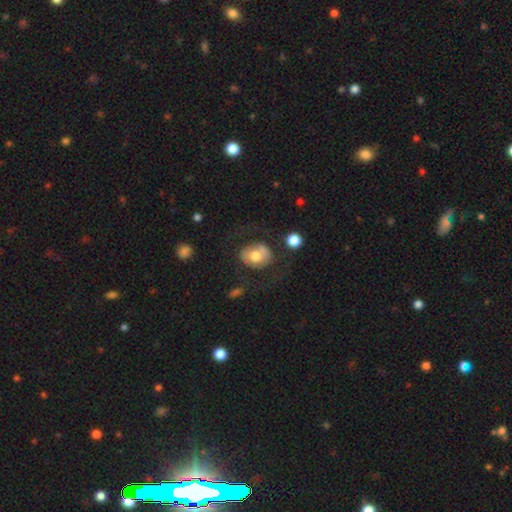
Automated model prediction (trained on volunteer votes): Smooth or featured: smooth — 55% (featured or disk — 38%)
How rounded: round — 50% (in between — 49%)
Merging: none — 57% (major disturbance — 18%)